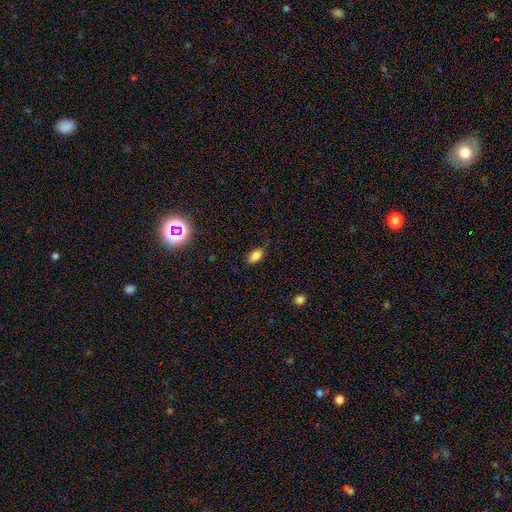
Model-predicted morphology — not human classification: type=smooth (82%); roundness=in between (88%); merging=none (75%).